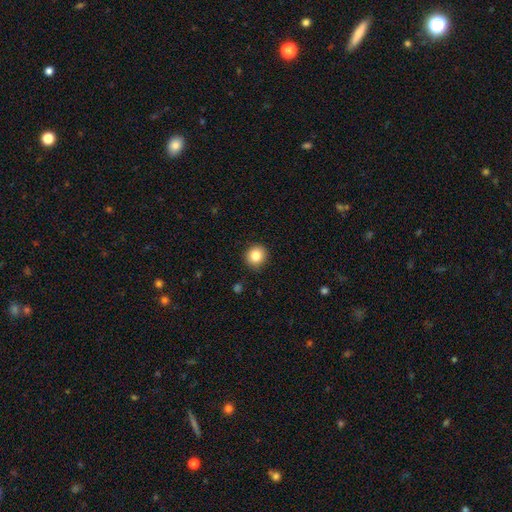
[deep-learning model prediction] smooth-or-featured: smooth: 84% | star or artifact: 10% | featured or disk: 6%
  how-rounded: round: 91% | in between: 8% | cigar-shaped: 1%
  merging: none: 91% | minor disturbance: 6% | major disturbance: 2% | merger: 1%